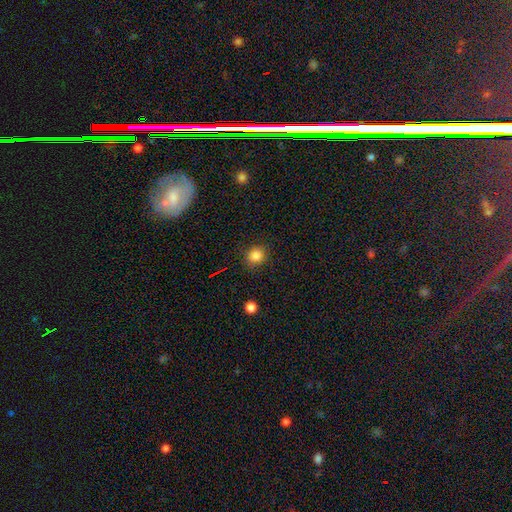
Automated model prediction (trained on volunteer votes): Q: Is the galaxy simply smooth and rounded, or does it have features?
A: smooth — 84%.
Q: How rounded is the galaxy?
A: round — 84%.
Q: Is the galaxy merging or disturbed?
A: none — 88%.